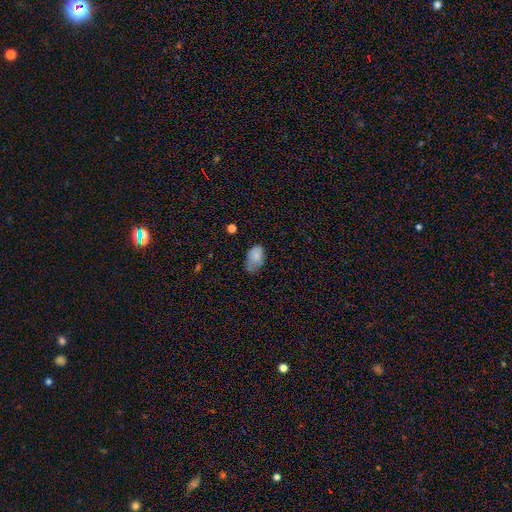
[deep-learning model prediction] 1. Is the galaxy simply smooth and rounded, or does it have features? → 82% smooth, 9% featured or disk, 9% star or artifact.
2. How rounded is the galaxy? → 90% in between, 8% round, 1% cigar-shaped.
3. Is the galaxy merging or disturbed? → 47% none, 39% minor disturbance, 11% major disturbance, 2% merger.